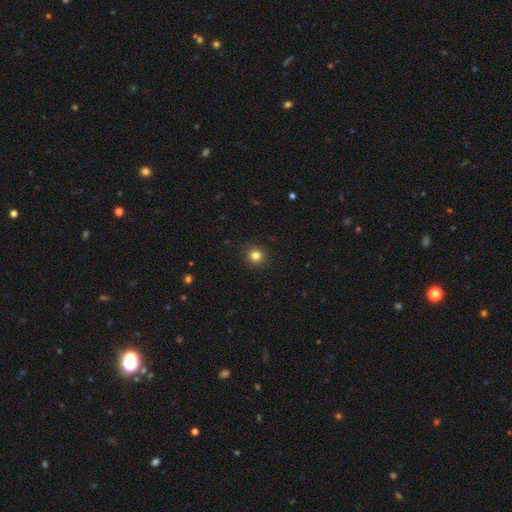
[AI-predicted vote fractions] smooth_or_featured: smooth (p=0.82) [alt: star or artifact p=0.13]
how_rounded: round (p=0.93) [alt: in between p=0.06]
merging: none (p=0.92) [alt: minor disturbance p=0.05]